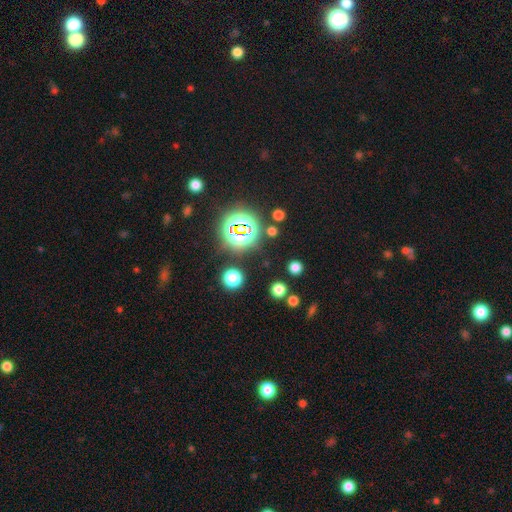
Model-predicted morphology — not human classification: Smooth or featured? star or artifact (82%)